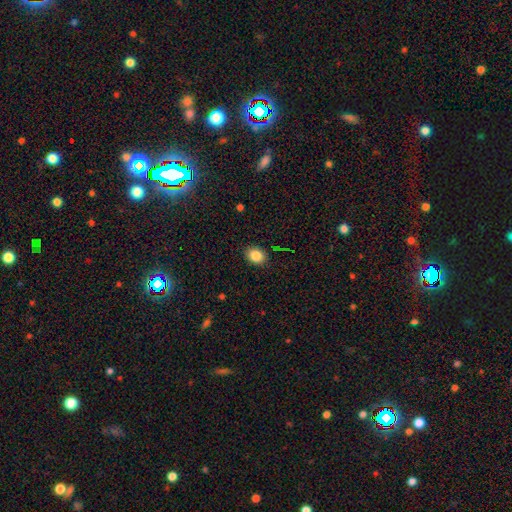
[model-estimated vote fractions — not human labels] The model was most divided on "how rounded": in between: 55%, round: 44%, cigar-shaped: 1%. More confident: merging — none (88%); smooth or featured — smooth (86%).